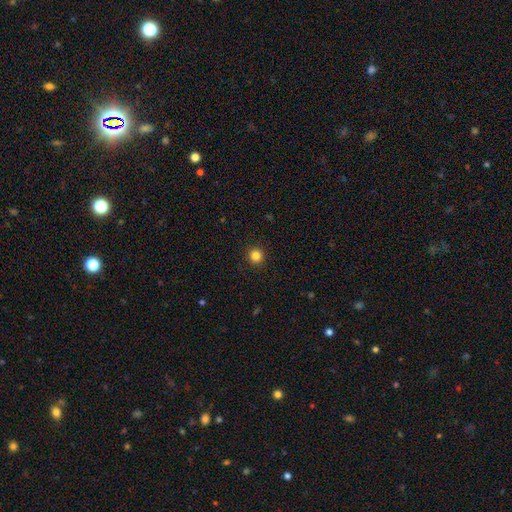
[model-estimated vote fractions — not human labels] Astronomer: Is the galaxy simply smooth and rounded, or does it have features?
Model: smooth — 83%.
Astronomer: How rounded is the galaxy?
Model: round — 94%.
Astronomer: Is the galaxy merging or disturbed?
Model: none — 92%.